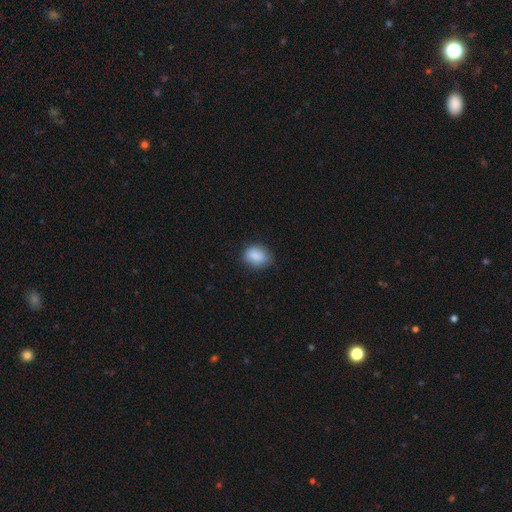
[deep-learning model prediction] smooth 88%, star or artifact 8%, featured or disk 5%. Down the decision tree: how rounded — in between (73%); merging — none (73%).